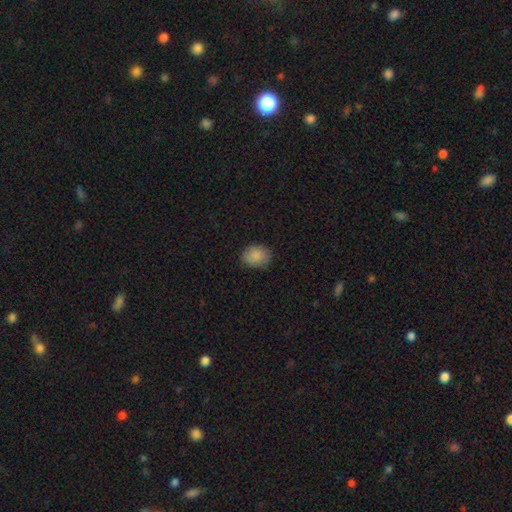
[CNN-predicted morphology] Smooth or featured? smooth (88%)
How rounded? in between (57%)
Merging? none (85%)